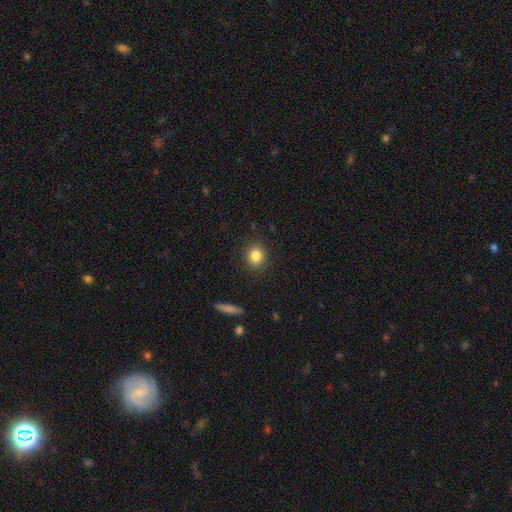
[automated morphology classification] This appears to be a smooth galaxy with no disk features (84%) that is round (76%). Merging: none (89%).